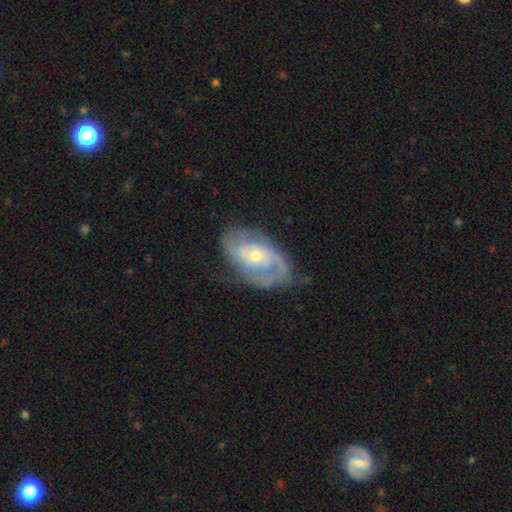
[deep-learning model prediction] Q: Smooth or featured?
A: featured or disk (82%); runner-up: smooth (12%)
Q: Edge-on disk?
A: no (96%); runner-up: yes (4%)
Q: Bar?
A: no (63%); runner-up: weak (29%)
Q: Spiral arms?
A: yes (93%); runner-up: no (7%)
Q: Spiral winding?
A: medium (43%); runner-up: tight (42%)
Q: Spiral arm count?
A: 2 (64%); runner-up: can't tell (17%)
Q: Bulge size?
A: small (53%); runner-up: moderate (43%)
Q: Merging?
A: none (67%); runner-up: minor disturbance (21%)